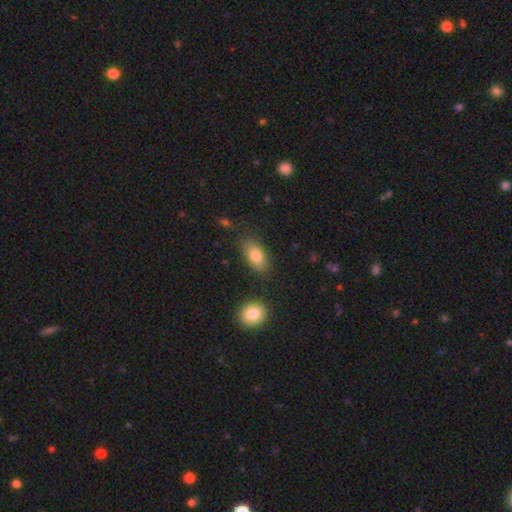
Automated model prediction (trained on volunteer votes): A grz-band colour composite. It shows a smooth galaxy with no disk features (82%) that is in between round and cigar-shaped (88%). Merging: none (80%).